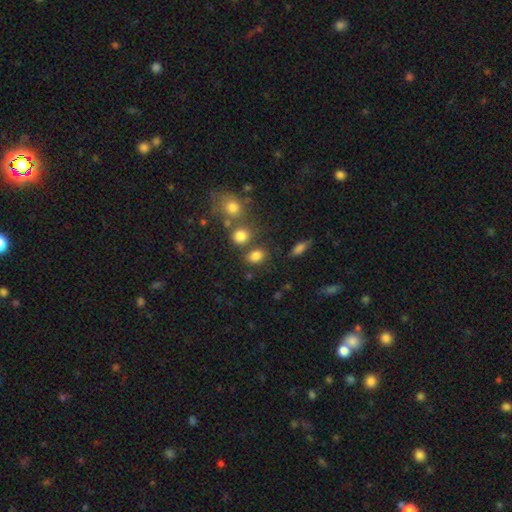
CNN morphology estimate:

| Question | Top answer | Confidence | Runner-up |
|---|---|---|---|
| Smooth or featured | smooth | 81% | star or artifact (13%) |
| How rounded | in between | 66% | round (32%) |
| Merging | none | 67% | merger (15%) |